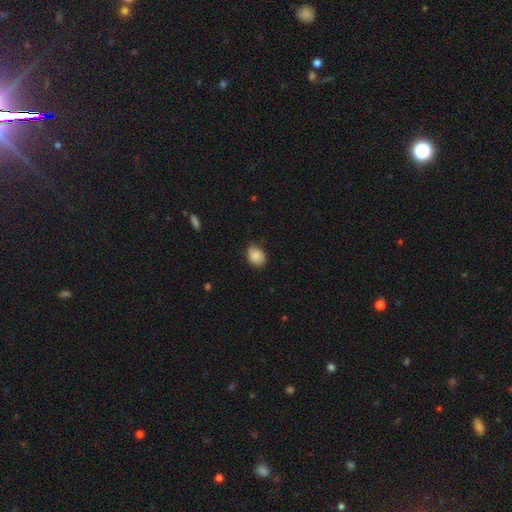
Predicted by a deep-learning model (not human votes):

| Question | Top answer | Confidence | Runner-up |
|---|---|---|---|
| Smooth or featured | smooth | 86% | star or artifact (8%) |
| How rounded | in between | 54% | round (45%) |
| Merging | none | 71% | minor disturbance (24%) |